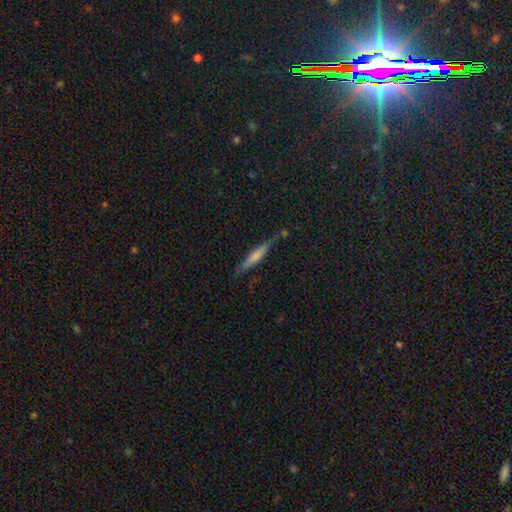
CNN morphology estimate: Smooth or featured: smooth — 54% (featured or disk — 39%)
How rounded: cigar-shaped — 90% (in between — 8%)
Merging: none — 72% (minor disturbance — 19%)